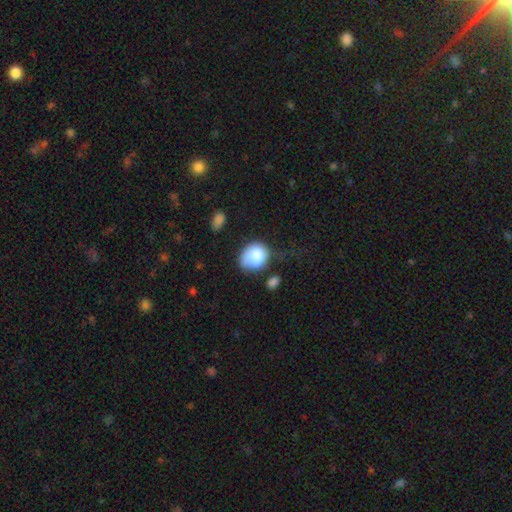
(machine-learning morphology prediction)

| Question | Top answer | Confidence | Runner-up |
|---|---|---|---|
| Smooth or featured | smooth | 83% | featured or disk (9%) |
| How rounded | round | 55% | in between (45%) |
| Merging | none | 40% | minor disturbance (35%) |